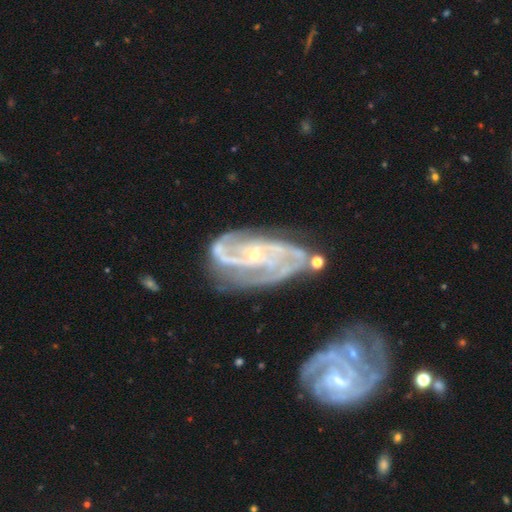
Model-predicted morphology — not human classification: A featured or disk galaxy (90%) with no bar (53%), 3 (31%) medium (43%, tied with tight) spiral arms (97%) and a small central bulge (81%). Merging: none (49%).